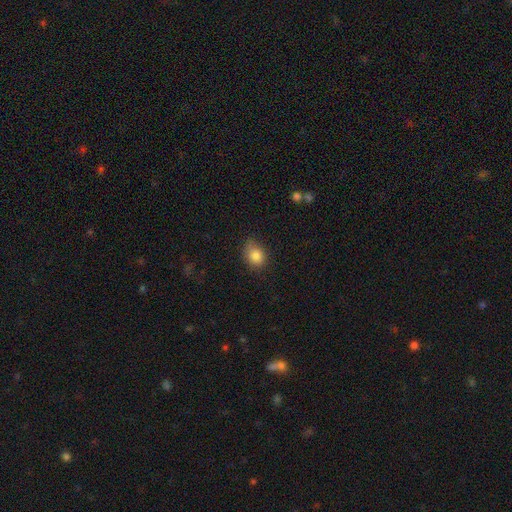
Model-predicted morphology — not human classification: smooth 85%, star or artifact 10%, featured or disk 6%. Down the decision tree: how rounded — round (52%); merging — none (67%).